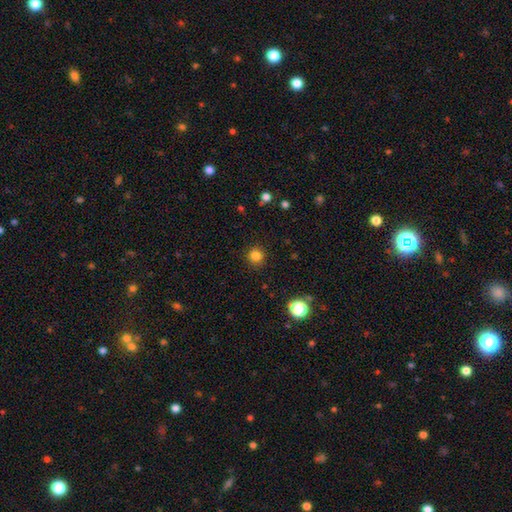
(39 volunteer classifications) Volunteers were most divided on "merging": none: 89%, minor disturbance: 8%, major disturbance: 3%, merger: 0%. More confident: how rounded — round (97%); smooth or featured — smooth (92%).